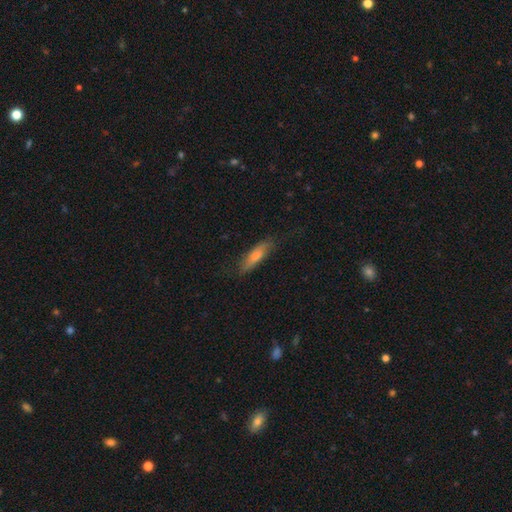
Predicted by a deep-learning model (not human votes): smooth-or-featured: smooth: 58% | featured or disk: 35% | star or artifact: 7%
  how-rounded: cigar-shaped: 69% | in between: 29% | round: 2%
  merging: none: 77% | minor disturbance: 18% | major disturbance: 4% | merger: 1%